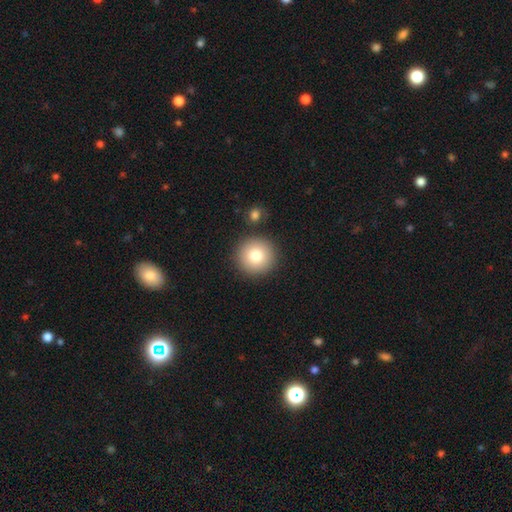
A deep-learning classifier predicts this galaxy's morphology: This appears to be a smooth galaxy with no disk features (80%) that is round (95%). Merging: none (87%).